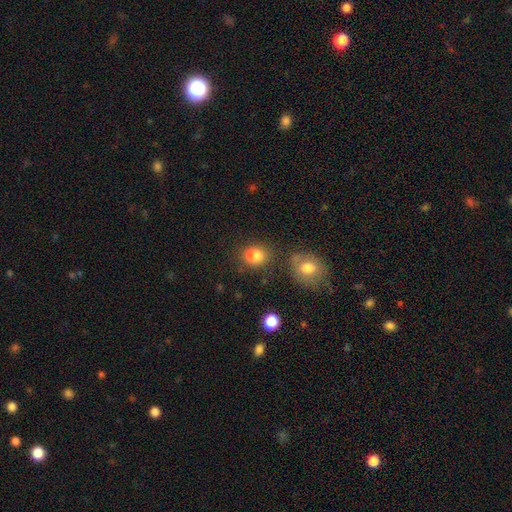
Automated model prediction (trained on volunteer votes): This appears to be a smooth galaxy with no disk features (84%) that is in between round and cigar-shaped (52%). Merging: none (66%).